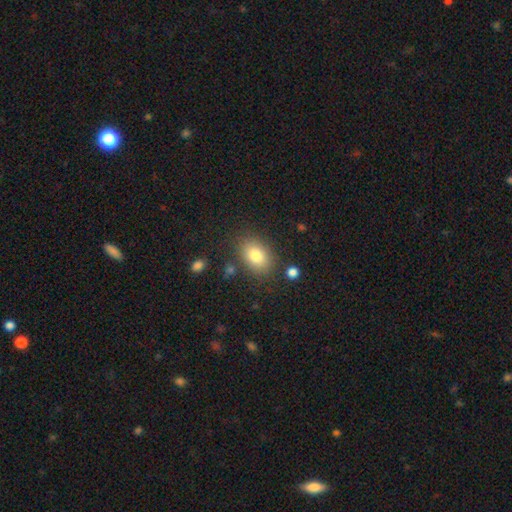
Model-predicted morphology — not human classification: Q: Smooth or featured?
A: smooth (82%); runner-up: featured or disk (10%)
Q: How rounded?
A: in between (81%); runner-up: round (18%)
Q: Merging?
A: none (81%); runner-up: minor disturbance (12%)